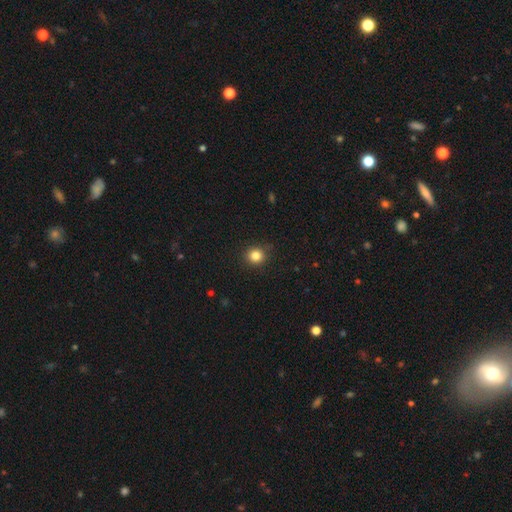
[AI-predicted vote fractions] Overall: smooth (83%). How rounded: round (90%). Merging: none (88%).